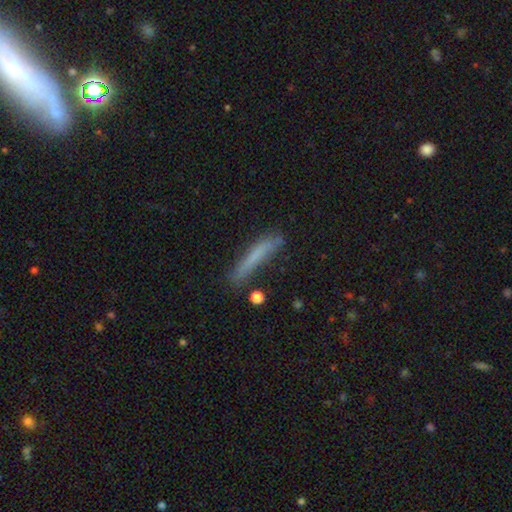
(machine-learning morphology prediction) This appears to be a smooth galaxy with no disk features (70%) that is cigar-shaped (93%). Merging: none (70%).